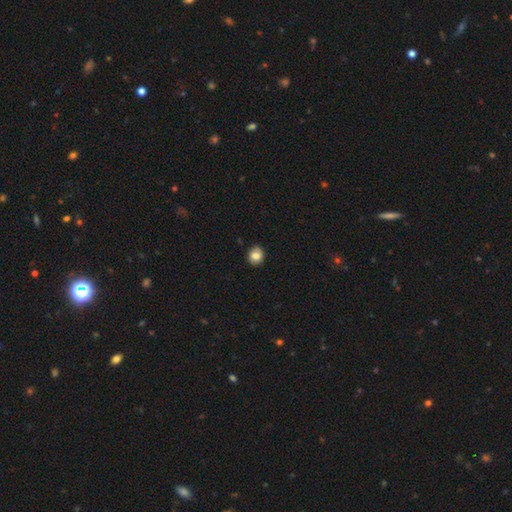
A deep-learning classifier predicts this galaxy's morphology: The model was most divided on "how rounded": round: 76%, in between: 23%, cigar-shaped: 1%. More confident: merging — none (84%); smooth or featured — smooth (77%).